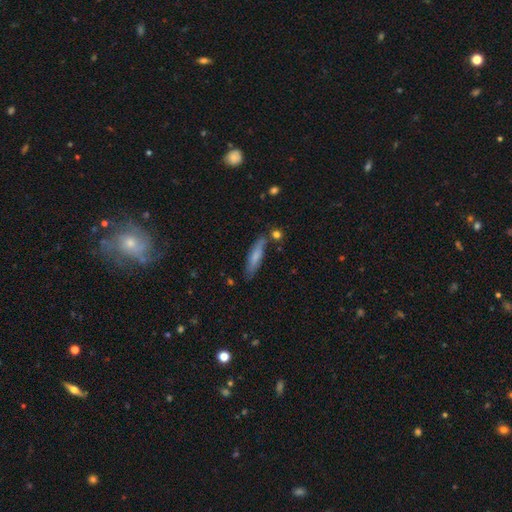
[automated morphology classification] Q: Smooth or featured?
A: smooth (71%); runner-up: featured or disk (22%)
Q: How rounded?
A: cigar-shaped (80%); runner-up: in between (19%)
Q: Merging?
A: none (74%); runner-up: minor disturbance (16%)